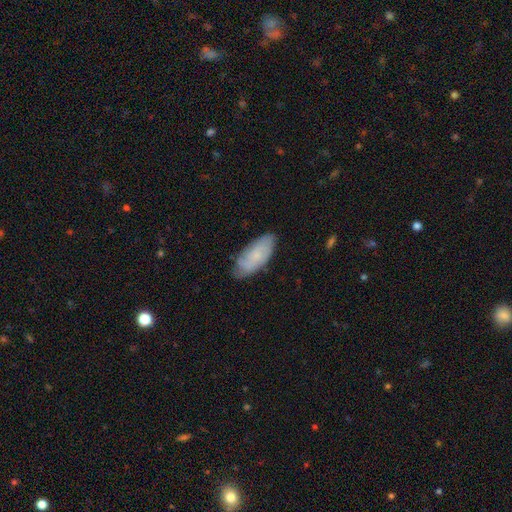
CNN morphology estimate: Smooth or featured? Predicted: smooth (p=0.60). How rounded? Predicted: in between (p=0.85). Merging? Predicted: none (p=0.70).